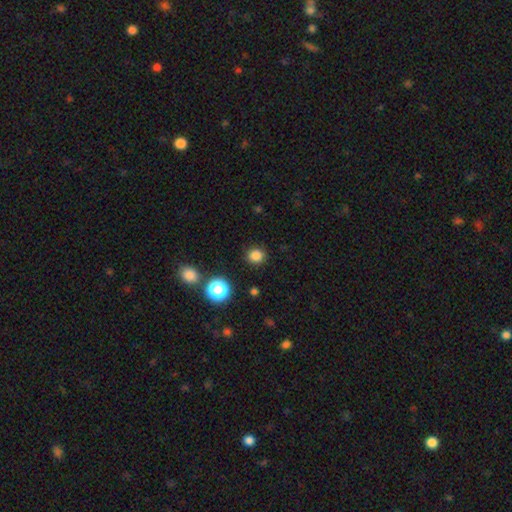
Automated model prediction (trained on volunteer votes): Smooth or featured? Predicted: smooth (p=0.82). How rounded? Predicted: round (p=0.85). Merging? Predicted: none (p=0.89).